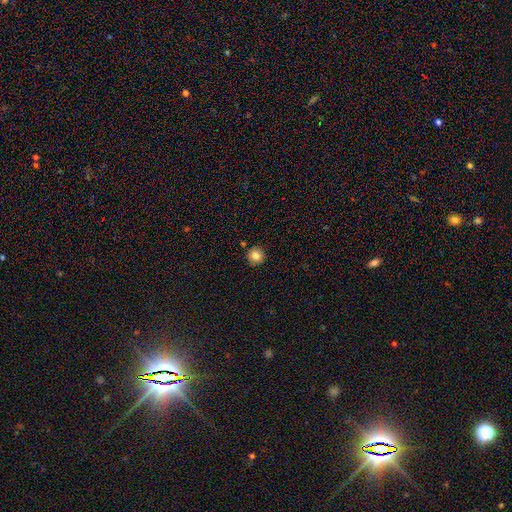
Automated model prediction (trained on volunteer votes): Morphology: type=smooth (82%); roundness=round (95%); merging=none (90%).